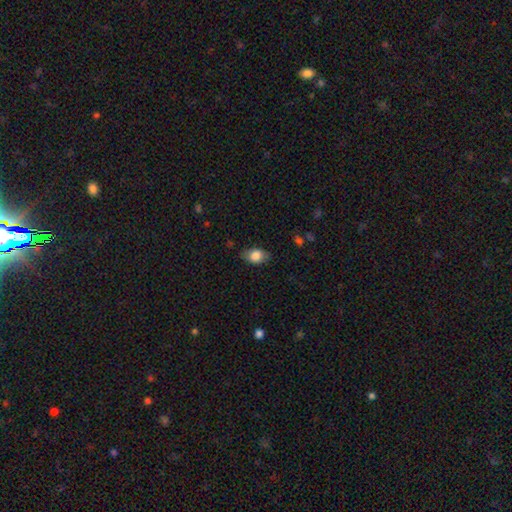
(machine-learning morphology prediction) Smooth or featured? Predicted: smooth (p=0.81). How rounded? Predicted: in between (p=0.84). Merging? Predicted: none (p=0.78).